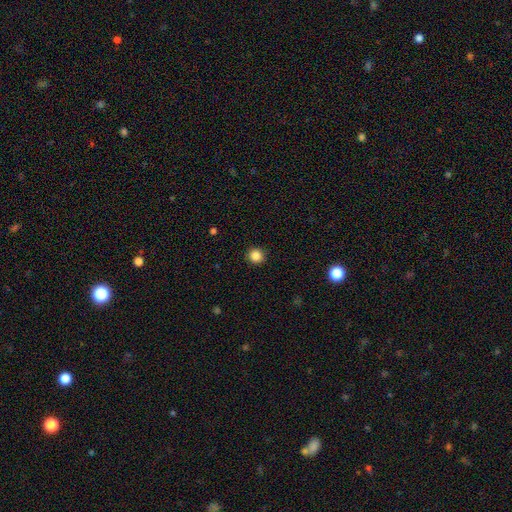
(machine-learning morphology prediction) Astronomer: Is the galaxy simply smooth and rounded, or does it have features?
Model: smooth — 85%.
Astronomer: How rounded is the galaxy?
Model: round — 94%.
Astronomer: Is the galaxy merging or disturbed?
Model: none — 92%.